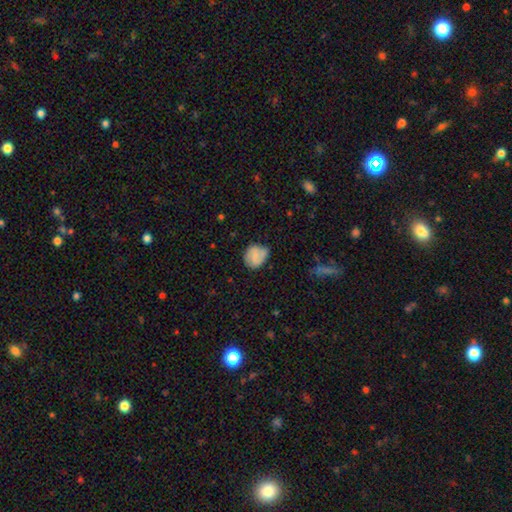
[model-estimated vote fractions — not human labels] Smooth or featured?
  - smooth: 67% *
  - featured or disk: 24%
  - star or artifact: 9%
How rounded?
  - round: 62% *
  - in between: 37%
  - cigar-shaped: 1%
Merging?
  - none: 61% *
  - minor disturbance: 29%
  - major disturbance: 8%
  - merger: 2%